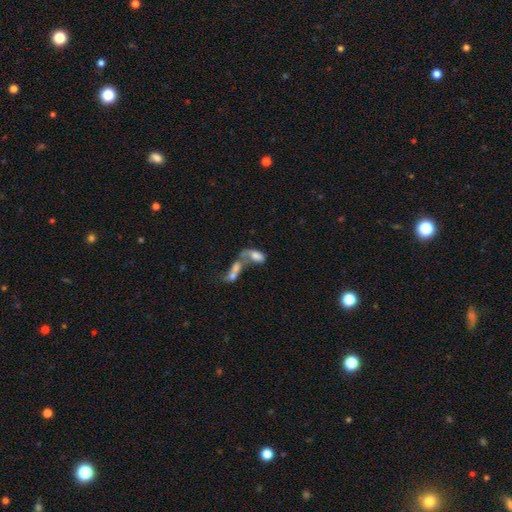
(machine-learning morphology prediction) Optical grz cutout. It shows a smooth galaxy with no disk features (64%) that is in between round and cigar-shaped (86%). Merging: merger (72%).